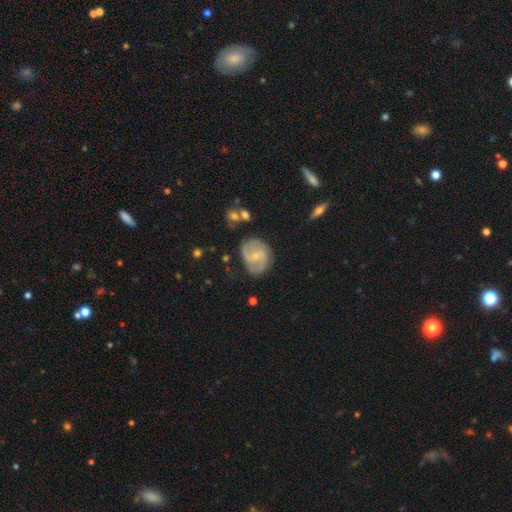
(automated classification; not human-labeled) Smooth or featured? Predicted: featured or disk (p=0.78). Edge-on disk? Predicted: no (p=0.98). Bar? Predicted: no (p=0.50). Spiral arms? Predicted: yes (p=0.94). Spiral winding? Predicted: medium (p=0.51). Spiral arm count? Predicted: 2 (p=0.62). Bulge size? Predicted: small (p=0.69). Merging? Predicted: none (p=0.68).